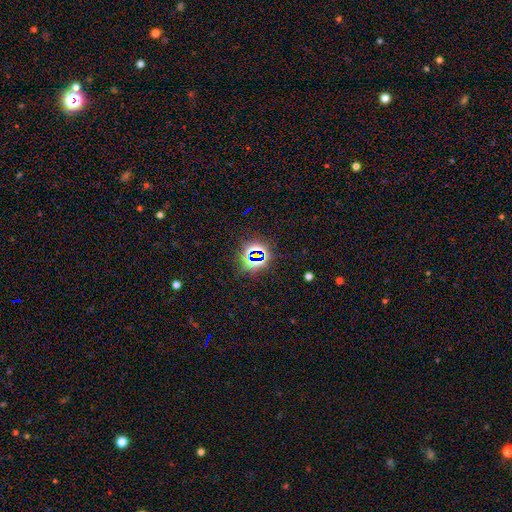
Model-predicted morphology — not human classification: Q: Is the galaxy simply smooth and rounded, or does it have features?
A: star or artifact — 76%.